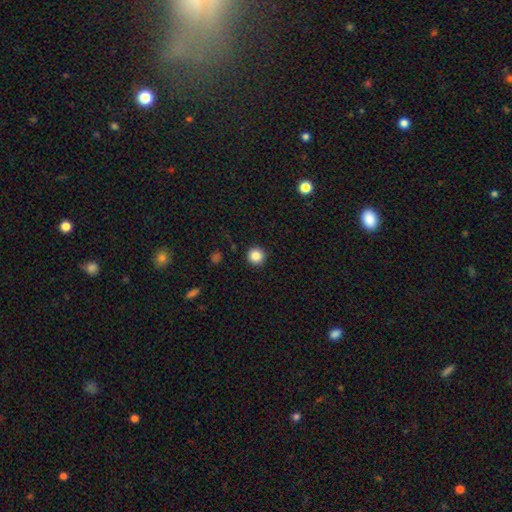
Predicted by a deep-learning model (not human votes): This appears to be a smooth galaxy with no disk features (86%) that is round (96%). Merging: none (93%).